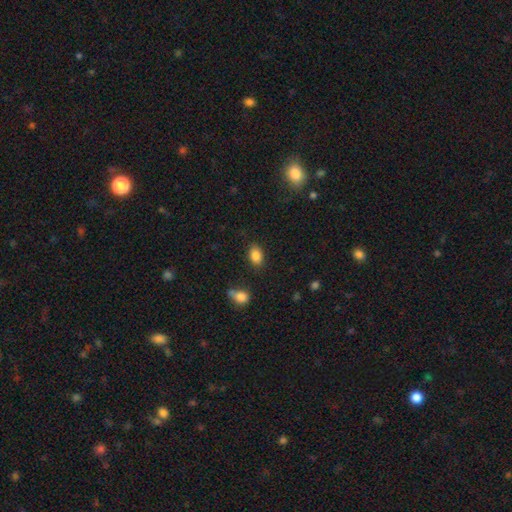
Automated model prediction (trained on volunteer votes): Smooth or featured? Predicted: smooth (p=0.85). How rounded? Predicted: in between (p=0.85). Merging? Predicted: none (p=0.82).